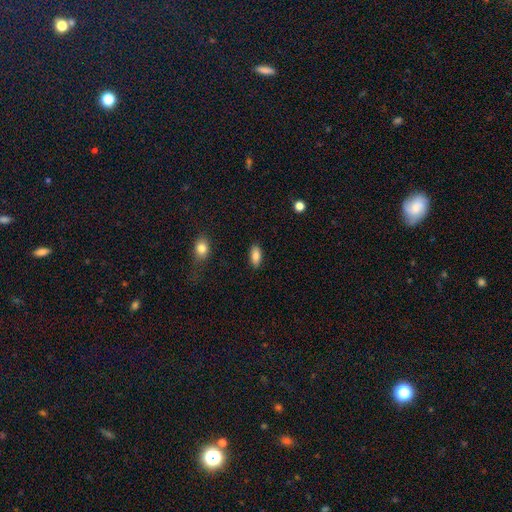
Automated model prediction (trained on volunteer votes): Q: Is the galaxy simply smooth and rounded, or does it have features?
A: smooth — 84%.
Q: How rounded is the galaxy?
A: in between — 88%.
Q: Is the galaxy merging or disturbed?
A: none — 88%.